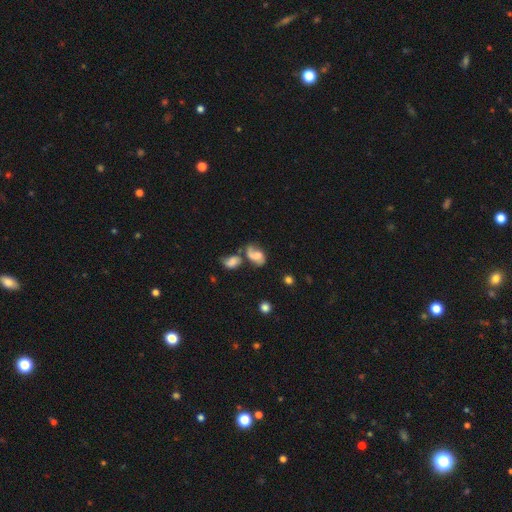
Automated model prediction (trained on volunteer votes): Smooth or featured: featured or disk — 48% (smooth — 41%)
Merging: merger — 39% (none — 28%)